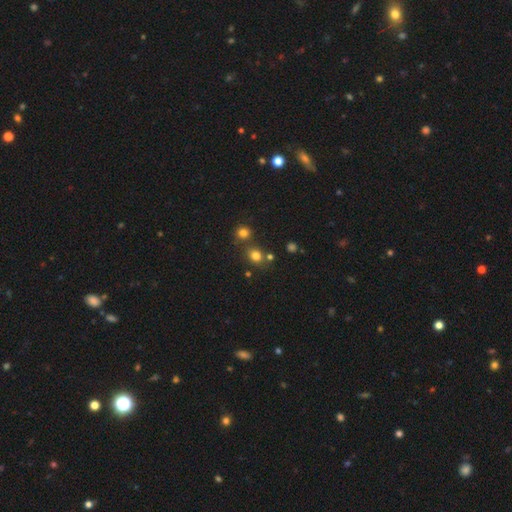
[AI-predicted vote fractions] The model was most divided on "how rounded": round: 72%, in between: 27%, cigar-shaped: 1%. More confident: smooth or featured — smooth (76%); merging — none (69%).